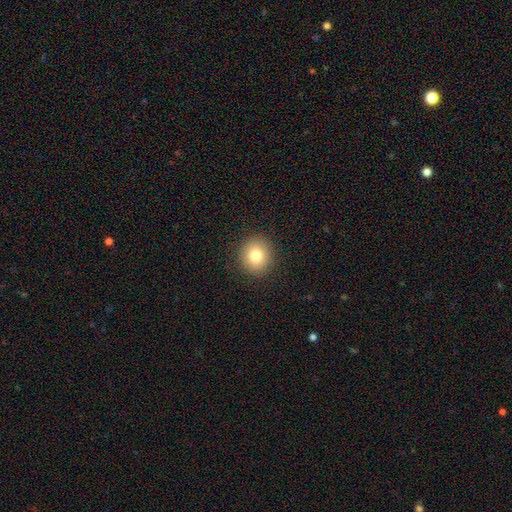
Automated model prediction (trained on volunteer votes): Smooth or featured? Predicted: smooth (p=0.81). How rounded? Predicted: round (p=0.88). Merging? Predicted: none (p=0.91).